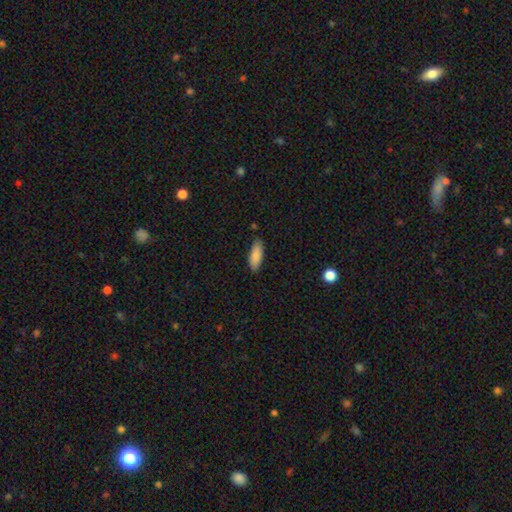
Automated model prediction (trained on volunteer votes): Smooth or featured? Predicted: smooth (p=0.86). How rounded? Predicted: in between (p=0.73). Merging? Predicted: none (p=0.84).